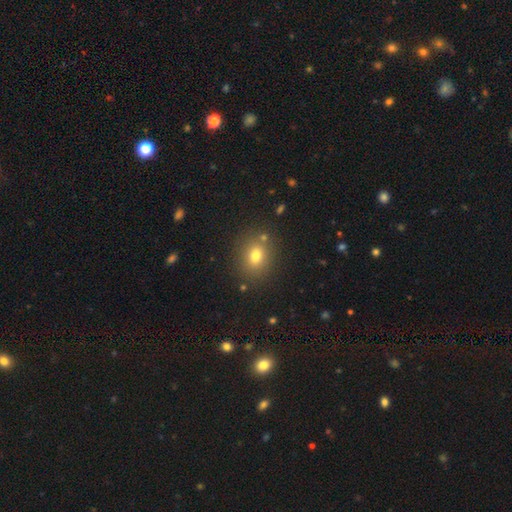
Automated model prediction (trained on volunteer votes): Q: Smooth or featured?
A: smooth (74%); runner-up: star or artifact (15%)
Q: How rounded?
A: round (56%); runner-up: in between (43%)
Q: Merging?
A: none (81%); runner-up: minor disturbance (10%)